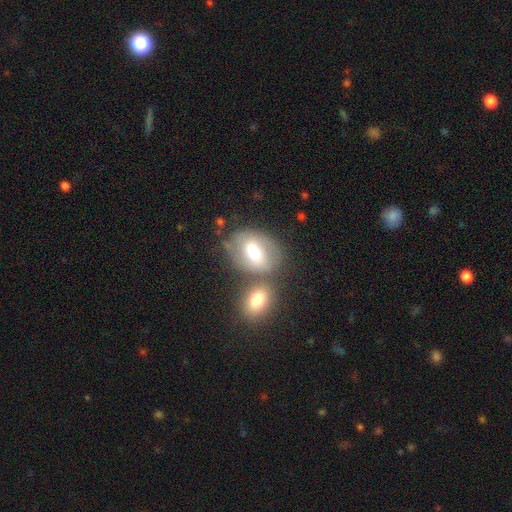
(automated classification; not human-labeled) Smooth or featured? Predicted: smooth (p=0.49). Merging? Predicted: none (p=0.46).